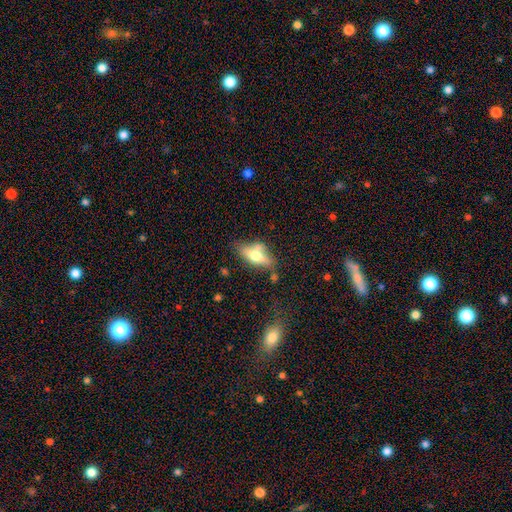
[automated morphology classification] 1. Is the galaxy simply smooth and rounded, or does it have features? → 53% smooth, 39% featured or disk, 8% star or artifact.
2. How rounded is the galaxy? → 69% in between, 27% cigar-shaped, 4% round.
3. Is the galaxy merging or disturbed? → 56% none, 22% minor disturbance, 14% merger, 9% major disturbance.